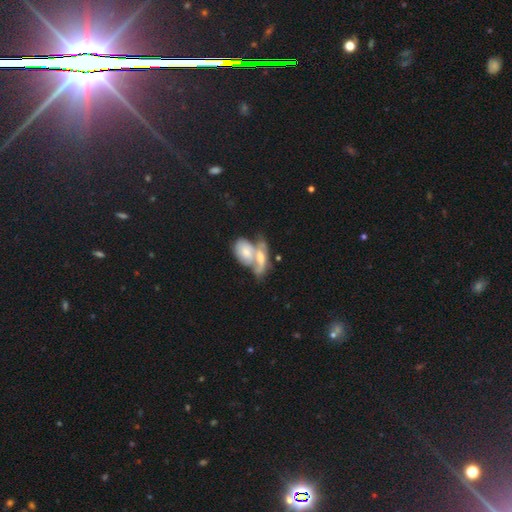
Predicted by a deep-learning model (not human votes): smooth_or_featured: featured or disk (p=0.50) [alt: smooth p=0.41]
disk_edge_on: no (p=0.76) [alt: yes p=0.24]
merging: merger (p=0.66) [alt: none p=0.20]